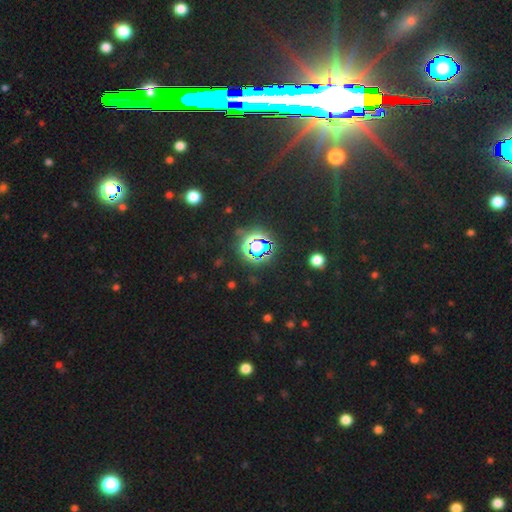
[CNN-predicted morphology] Q: Smooth or featured?
A: star or artifact (78%); runner-up: smooth (13%)